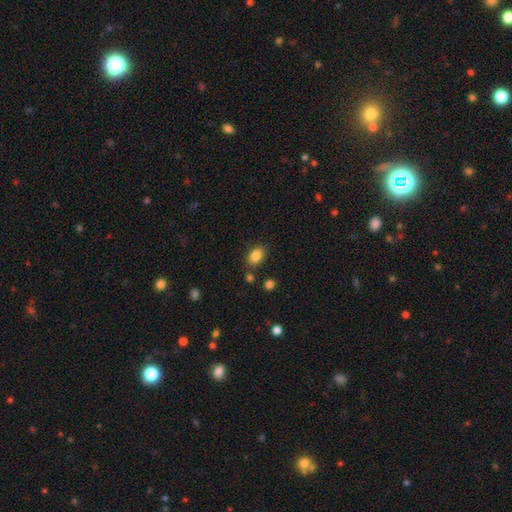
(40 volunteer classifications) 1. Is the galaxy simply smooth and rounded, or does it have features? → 82% smooth, 10% featured or disk, 8% star or artifact.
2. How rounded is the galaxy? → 76% in between, 18% round, 6% cigar-shaped.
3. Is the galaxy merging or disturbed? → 89% none, 5% minor disturbance, 5% merger, 0% major disturbance.